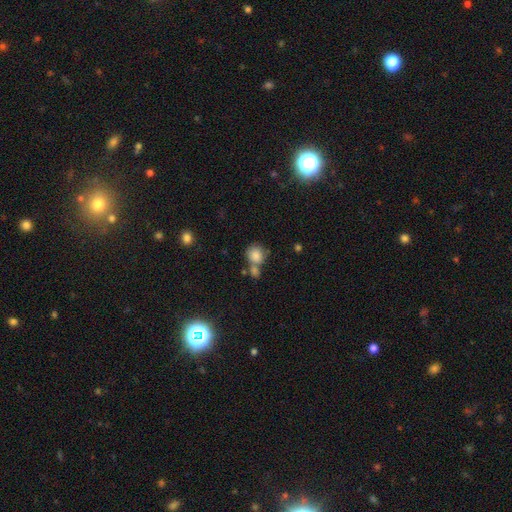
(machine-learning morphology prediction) Q: Smooth or featured?
A: smooth (83%); runner-up: star or artifact (10%)
Q: How rounded?
A: round (77%); runner-up: in between (22%)
Q: Merging?
A: none (47%); runner-up: merger (34%)